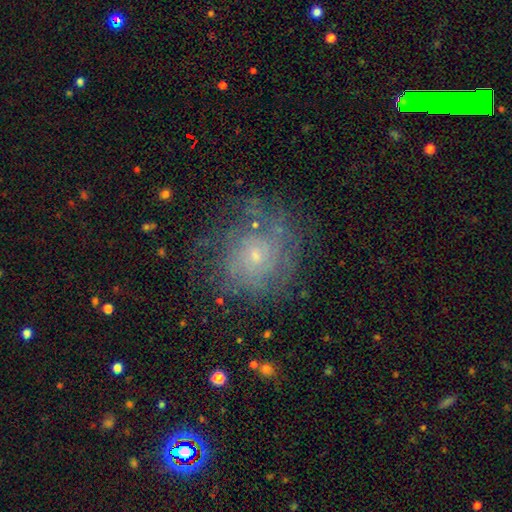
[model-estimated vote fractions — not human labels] Q: Smooth or featured?
A: featured or disk (66%); runner-up: smooth (23%)
Q: Edge-on disk?
A: no (97%); runner-up: yes (3%)
Q: Bar?
A: no (78%); runner-up: weak (20%)
Q: Spiral arms?
A: yes (77%); runner-up: no (23%)
Q: Bulge size?
A: small (72%); runner-up: moderate (23%)
Q: Merging?
A: none (65%); runner-up: minor disturbance (19%)